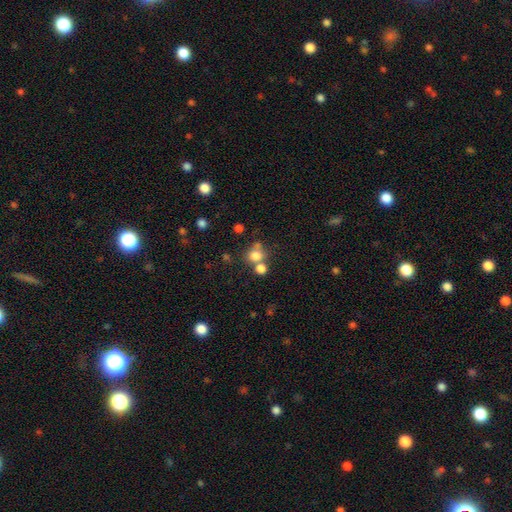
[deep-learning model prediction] smooth_or_featured: smooth (p=0.76) [alt: star or artifact p=0.14]
how_rounded: round (p=0.77) [alt: in between p=0.22]
merging: none (p=0.48) [alt: merger p=0.37]